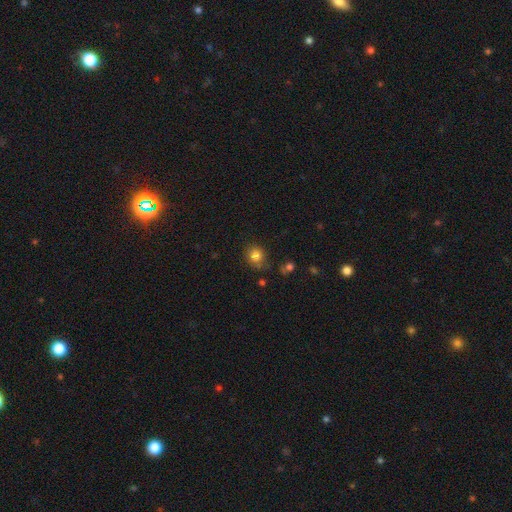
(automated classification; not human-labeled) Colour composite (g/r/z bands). It shows a smooth galaxy with no disk features (81%) that is round (78%). Merging: none (74%).